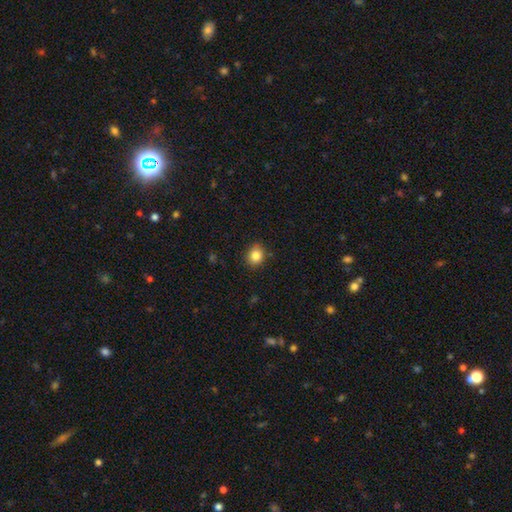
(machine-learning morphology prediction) smooth 84%, star or artifact 10%, featured or disk 6%. Down the decision tree: how rounded — round (69%); merging — none (85%).